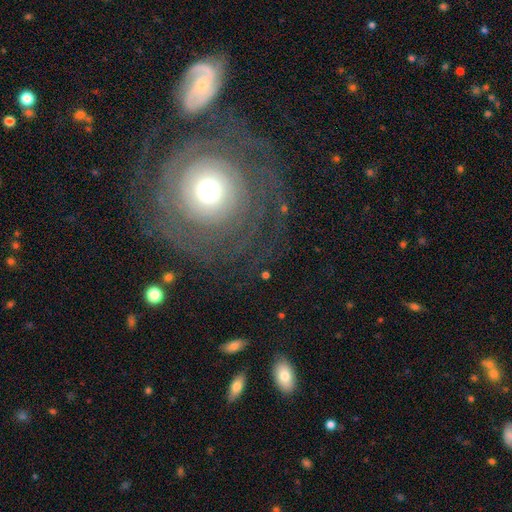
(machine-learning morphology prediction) This is possibly a featured or disk galaxy (59%). It is clearly not viewed edge-on (96%). Bar: clearly no (84%). Spiral arm pattern: likely yes (67%). Central bulge: possibly moderate (58%). Merging: likely none (67%).